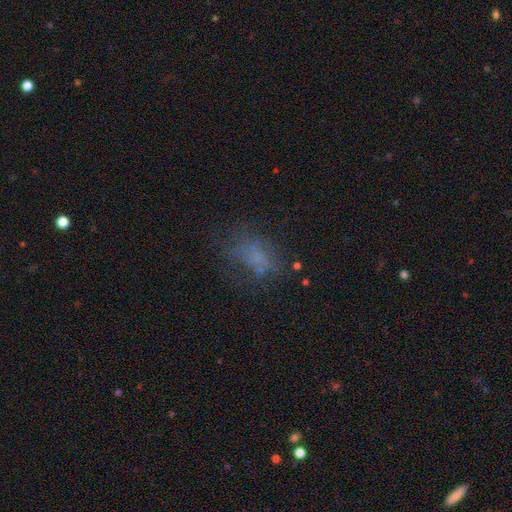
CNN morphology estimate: The model was most divided on "smooth or featured": smooth: 51%, featured or disk: 26%, star or artifact: 22%. More confident: how rounded — in between (77%); merging — none (52%).